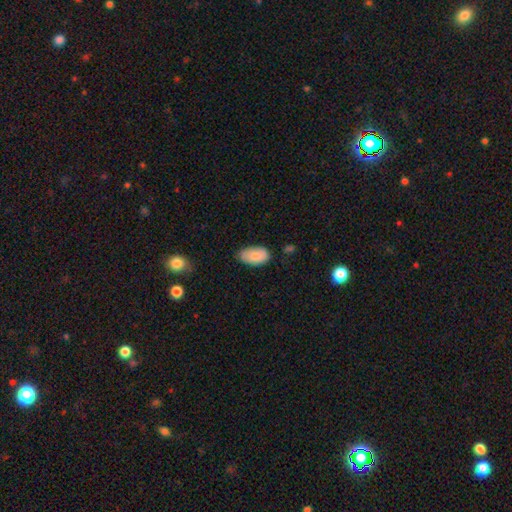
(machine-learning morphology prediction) A smooth galaxy with no disk features (84%) that is in between round and cigar-shaped (95%). Merging: none (72%).